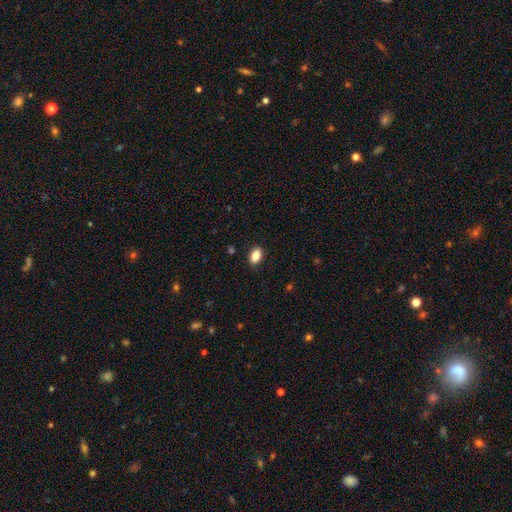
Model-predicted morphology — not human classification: smooth-or-featured: smooth: 86% | star or artifact: 8% | featured or disk: 5%
  how-rounded: in between: 88% | round: 10% | cigar-shaped: 2%
  merging: none: 87% | minor disturbance: 9% | major disturbance: 2% | merger: 1%